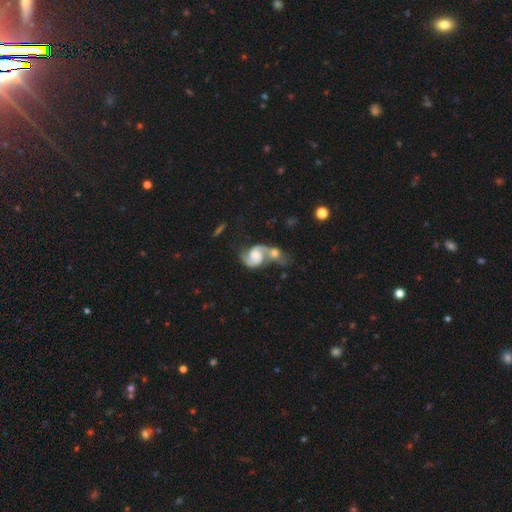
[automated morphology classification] Smooth or featured? Predicted: featured or disk (p=0.79). Edge-on disk? Predicted: no (p=0.97). Bar? Predicted: no (p=0.57). Spiral arms? Predicted: yes (p=0.94). Spiral winding? Predicted: medium (p=0.48). Spiral arm count? Predicted: 2 (p=0.89). Bulge size? Predicted: moderate (p=0.39). Merging? Predicted: merger (p=0.63).